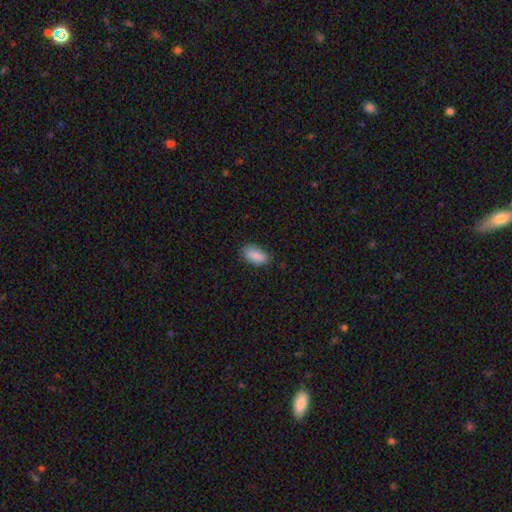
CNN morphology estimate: This is clearly a smooth galaxy (88%). How rounded: clearly in between (91%). Merging: clearly none (81%).